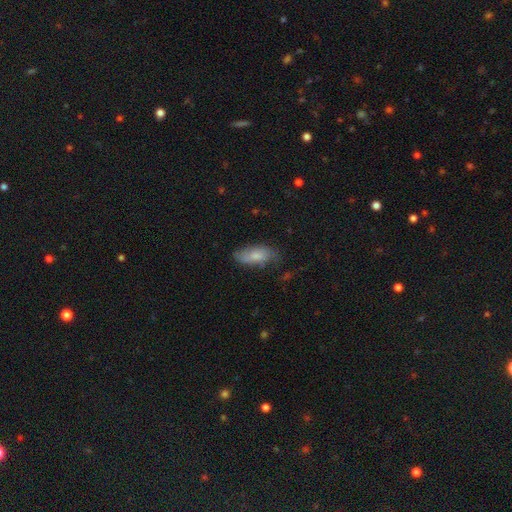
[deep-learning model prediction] A smooth galaxy with no disk features (69%) that is in between round and cigar-shaped (83%).

Vote fractions:
- Smooth or featured? smooth: 69% / featured or disk: 24% / star or artifact: 7%
- How rounded? in between: 83% / cigar-shaped: 15% / round: 3%
- Merging? none: 61% / minor disturbance: 28% / major disturbance: 9% / merger: 2%